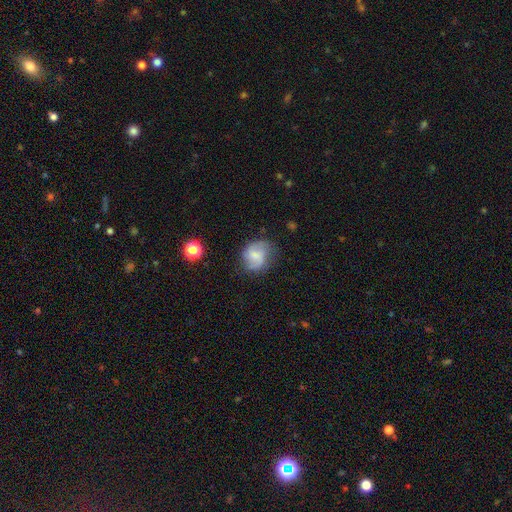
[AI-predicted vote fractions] A featured or disk galaxy (50%).

Vote fractions:
- Smooth or featured? featured or disk: 50% / smooth: 41% / star or artifact: 9%
- Merging? none: 62% / minor disturbance: 24% / major disturbance: 11% / merger: 2%